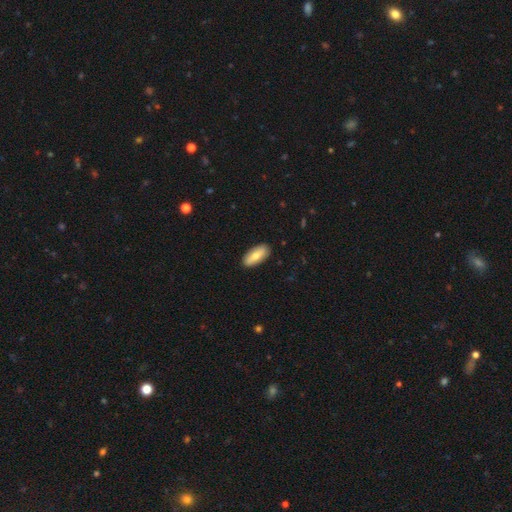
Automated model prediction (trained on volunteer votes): smooth 69%, featured or disk 25%, star or artifact 6%. Down the decision tree: how rounded — in between (84%); merging — none (89%).